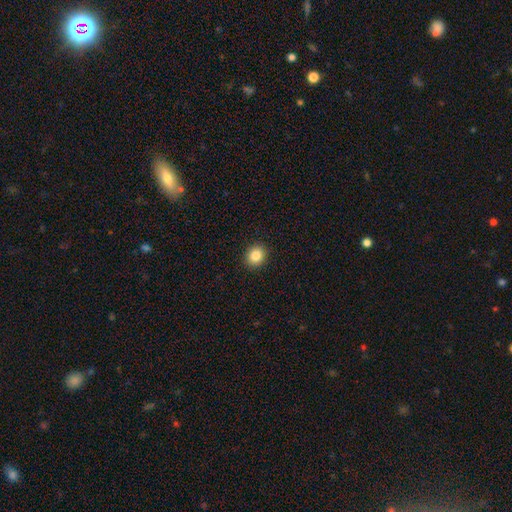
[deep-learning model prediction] The model was most divided on "how rounded": round: 72%, in between: 27%, cigar-shaped: 1%. More confident: merging — none (92%); smooth or featured — smooth (85%).